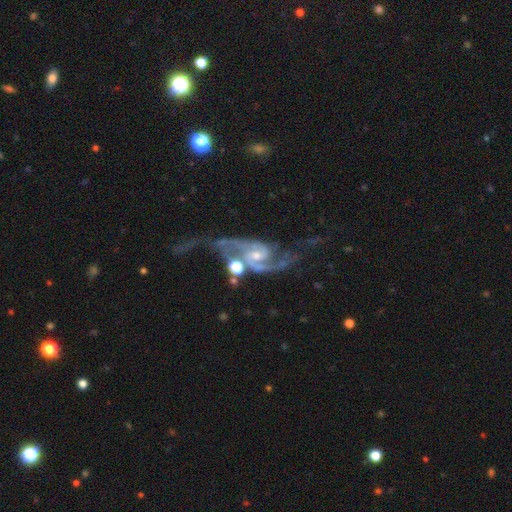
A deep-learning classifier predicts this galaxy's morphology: Smooth or featured: featured or disk — 92% (star or artifact — 5%)
Edge-on disk: no — 97% (yes — 3%)
Bar: no — 44% (weak — 42%)
Spiral arms: yes — 98% (no — 2%)
Spiral winding: medium — 47% (loose — 38%)
Spiral arm count: 2 — 91% (3 — 2%)
Bulge size: small — 49% (moderate — 44%)
Merging: none — 47% (major disturbance — 20%)